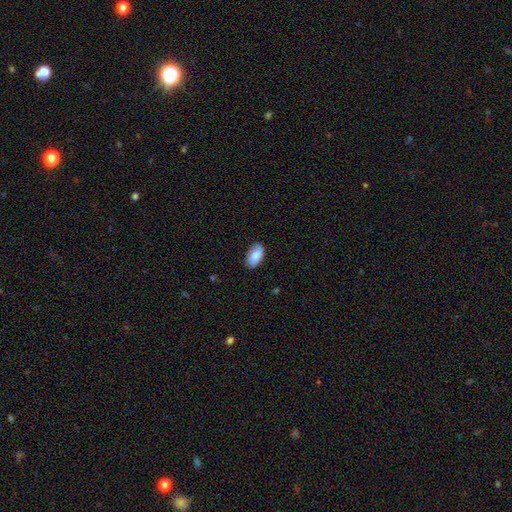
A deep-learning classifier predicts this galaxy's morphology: Smooth or featured? smooth (82%)
How rounded? in between (94%)
Merging? none (83%)